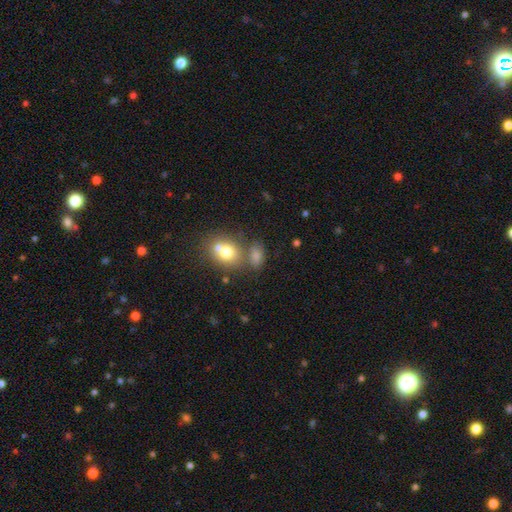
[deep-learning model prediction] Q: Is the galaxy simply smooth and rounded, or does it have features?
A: smooth — 68%.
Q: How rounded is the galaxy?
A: in between — 56%.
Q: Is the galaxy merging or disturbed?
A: none — 43%.